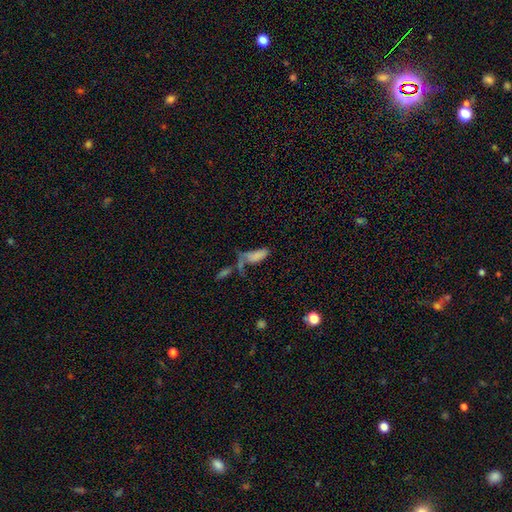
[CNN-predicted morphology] Q: Smooth or featured?
A: smooth (74%); runner-up: featured or disk (15%)
Q: How rounded?
A: in between (69%); runner-up: cigar-shaped (28%)
Q: Merging?
A: merger (38%); runner-up: none (28%)